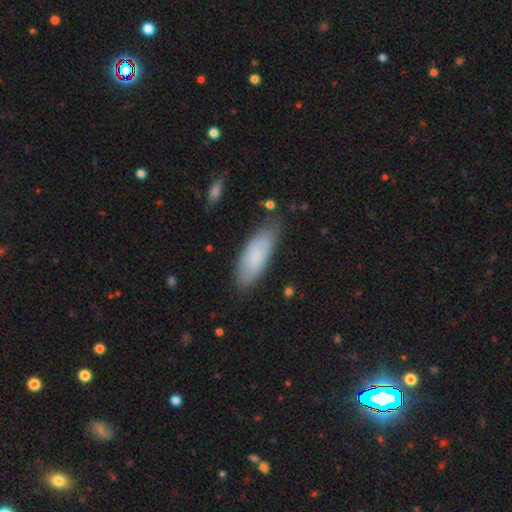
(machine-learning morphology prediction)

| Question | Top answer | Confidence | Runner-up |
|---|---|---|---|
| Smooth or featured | smooth | 77% | featured or disk (16%) |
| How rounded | in between | 73% | cigar-shaped (25%) |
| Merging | none | 72% | minor disturbance (22%) |